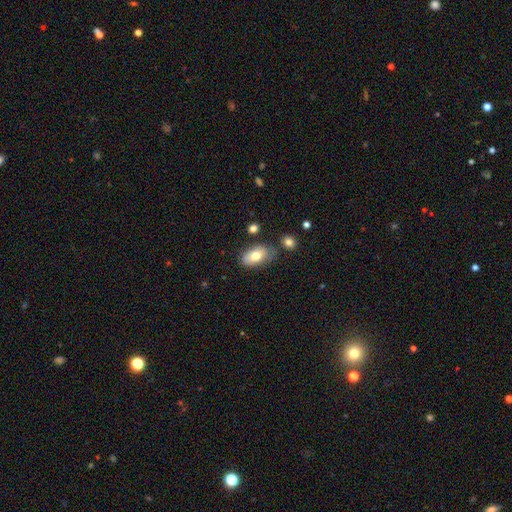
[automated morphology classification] type=smooth (73%); roundness=in between (93%); merging=none (64%).